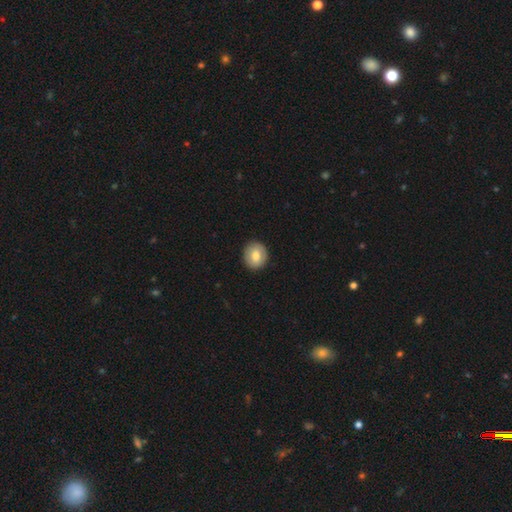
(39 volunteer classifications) A smooth galaxy with no disk features (79%) that is round (87%).

Vote fractions:
- Smooth or featured? smooth: 79% / featured or disk: 18% / star or artifact: 3%
- How rounded? round: 87% / in between: 13% / cigar-shaped: 0%
- Merging? none: 95% / minor disturbance: 3% / merger: 3% / major disturbance: 0%